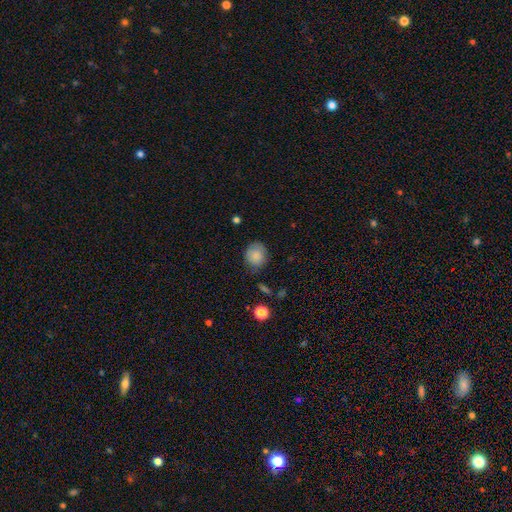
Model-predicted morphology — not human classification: smooth_or_featured: smooth (p=0.85) [alt: star or artifact p=0.08]
how_rounded: round (p=0.68) [alt: in between p=0.31]
merging: none (p=0.70) [alt: minor disturbance p=0.22]